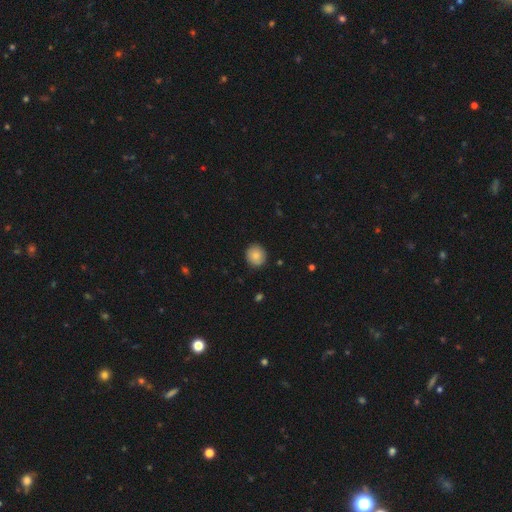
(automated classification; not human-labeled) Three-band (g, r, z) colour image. It shows a smooth galaxy with no disk features (83%) that is round (88%). Merging: none (89%).